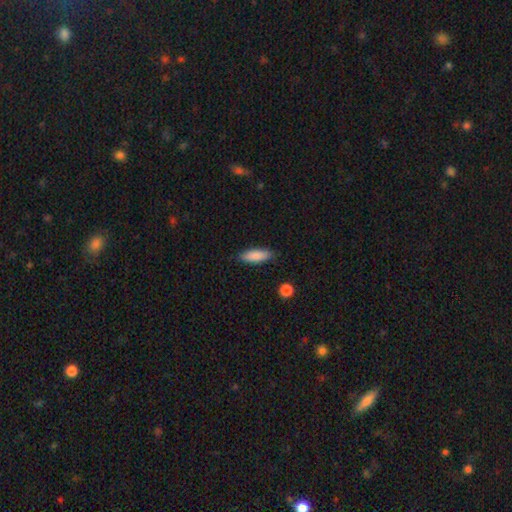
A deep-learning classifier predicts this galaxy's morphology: The model was most divided on "how rounded": in between: 54%, cigar-shaped: 44%, round: 2%. More confident: smooth or featured — smooth (86%); merging — none (85%).